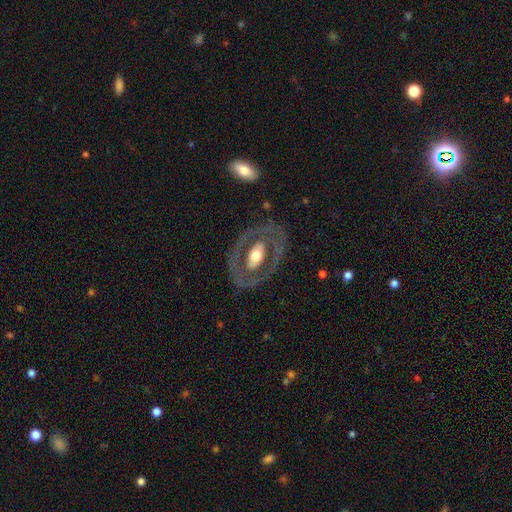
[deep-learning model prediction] Overall: featured or disk (62%; smooth 33%). Edge-on disk: no (92%). Bar: no (68%). Spiral arms: no (82%). Bulge size: moderate (61%; large 26%). Merging: none (77%).